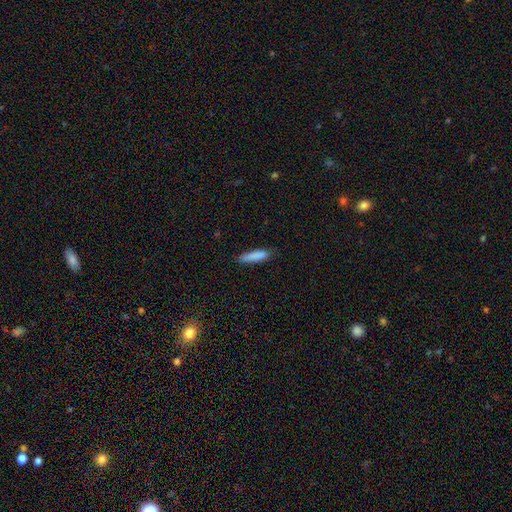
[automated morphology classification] This appears to be a smooth galaxy with no disk features (86%) that is cigar-shaped (76%). Merging: none (81%).